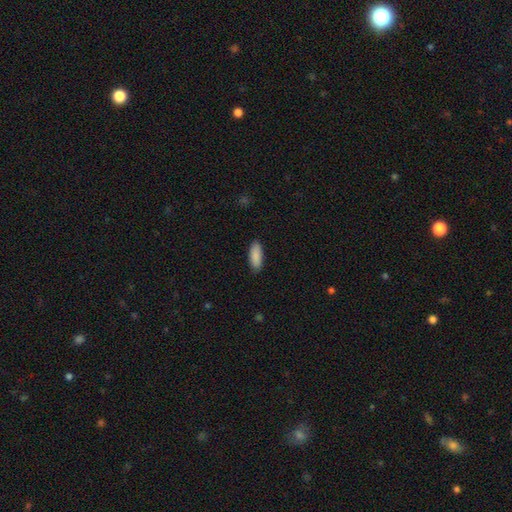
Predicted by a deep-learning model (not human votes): The model was most divided on "how rounded": in between: 77%, cigar-shaped: 21%, round: 2%. More confident: smooth or featured — smooth (90%); merging — none (87%).